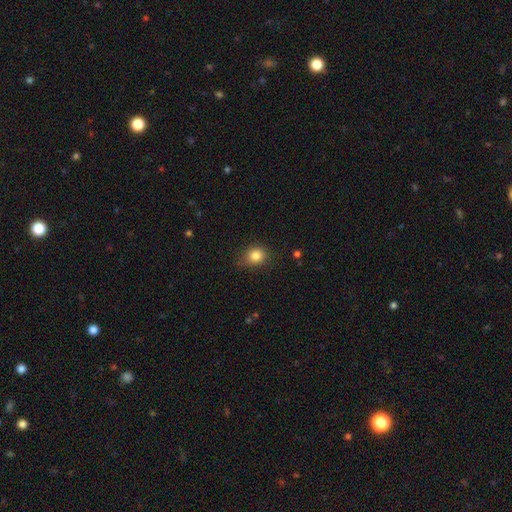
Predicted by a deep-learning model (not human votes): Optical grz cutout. It shows a smooth galaxy with no disk features (83%) that is round (69%). Merging: none (73%).